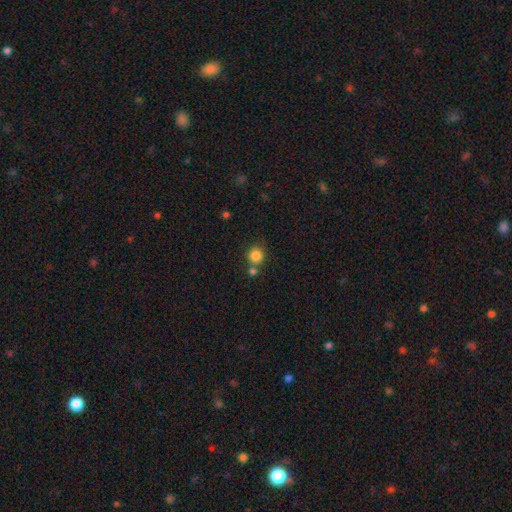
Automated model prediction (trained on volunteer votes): This is clearly a smooth galaxy (84%). How rounded: clearly round (92%). Merging: likely none (69%).